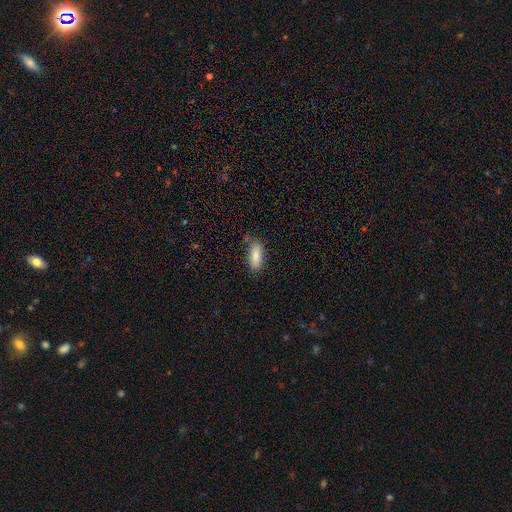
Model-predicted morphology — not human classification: Smooth or featured?
  - smooth: 86% *
  - featured or disk: 8%
  - star or artifact: 7%
How rounded?
  - in between: 75% *
  - cigar-shaped: 24%
  - round: 2%
Merging?
  - none: 71% *
  - minor disturbance: 20%
  - merger: 5%
  - major disturbance: 4%